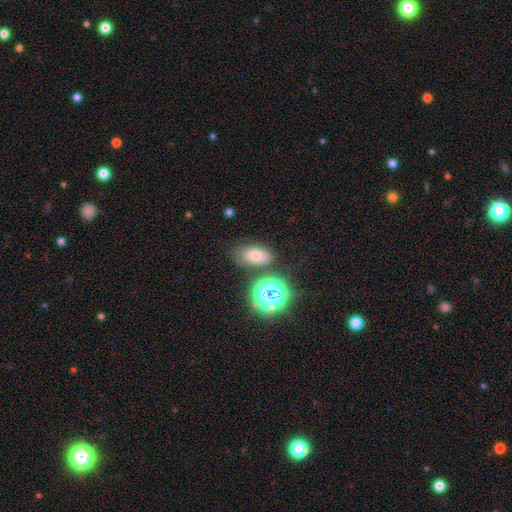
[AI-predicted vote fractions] This is likely a smooth galaxy (61%). How rounded: clearly in between (83%). Merging: likely none (70%).